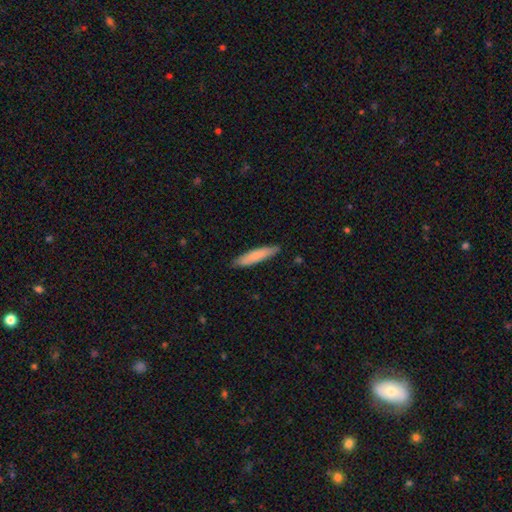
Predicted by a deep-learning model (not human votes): Smooth or featured?
  - smooth: 79% *
  - featured or disk: 15%
  - star or artifact: 5%
How rounded?
  - cigar-shaped: 88% *
  - in between: 11%
  - round: 1%
Merging?
  - none: 88% *
  - minor disturbance: 9%
  - major disturbance: 2%
  - merger: 1%